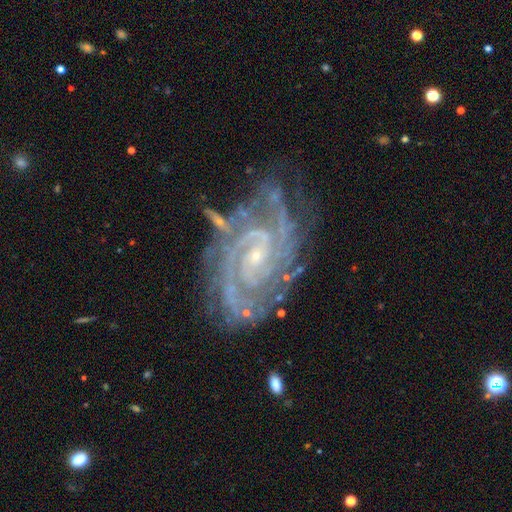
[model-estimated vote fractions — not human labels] Smooth or featured?
  - featured or disk: 91% *
  - star or artifact: 6%
  - smooth: 3%
Edge-on disk?
  - no: 97% *
  - yes: 3%
Bar?
  - no: 50% *
  - weak: 37%
  - strong: 13%
Spiral arms?
  - yes: 98% *
  - no: 2%
Spiral winding?
  - tight: 71% *
  - medium: 25%
  - loose: 3%
Spiral arm count?
  - 2: 42% *
  - 3: 19%
  - can't tell: 14%
  - 4: 12%
  - more than 4: 7%
  - 1: 6%
Bulge size?
  - small: 79% *
  - moderate: 17%
  - none: 3%
  - large: 1%
  - dominant: 1%
Merging?
  - none: 70% *
  - minor disturbance: 20%
  - major disturbance: 8%
  - merger: 3%